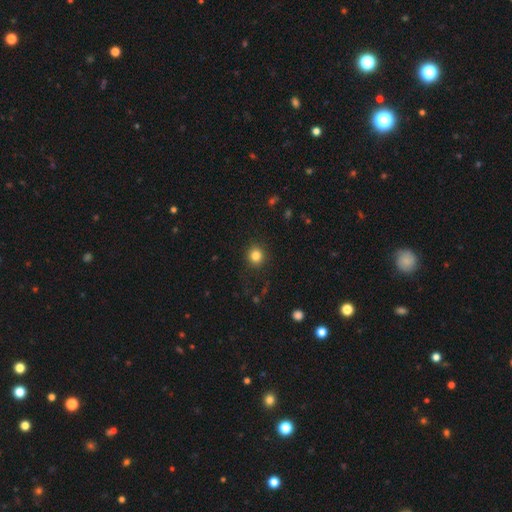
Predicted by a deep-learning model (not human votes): The model was most divided on "smooth or featured": smooth: 84%, star or artifact: 11%, featured or disk: 5%. More confident: merging — none (89%); how rounded — round (88%).